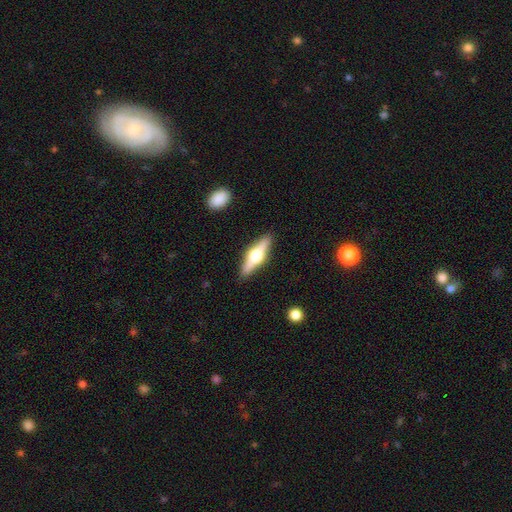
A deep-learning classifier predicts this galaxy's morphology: Smooth or featured? Predicted: featured or disk (p=0.64). Edge-on disk? Predicted: yes (p=0.96). Edge-on bulge? Predicted: rounded (p=0.94). Merging? Predicted: none (p=0.89).